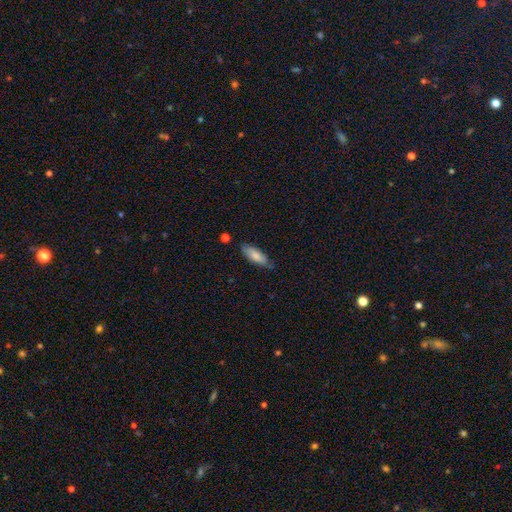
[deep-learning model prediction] smooth 78%, featured or disk 17%, star or artifact 6%. Down the decision tree: how rounded — in between (61%); merging — none (74%).